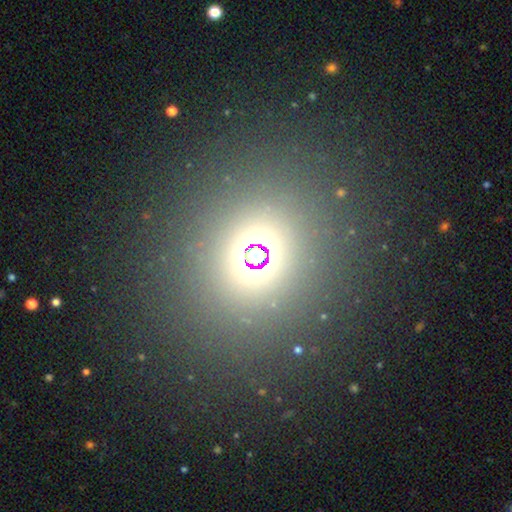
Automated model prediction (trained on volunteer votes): star or artifact 47%, smooth 41%, featured or disk 11%.